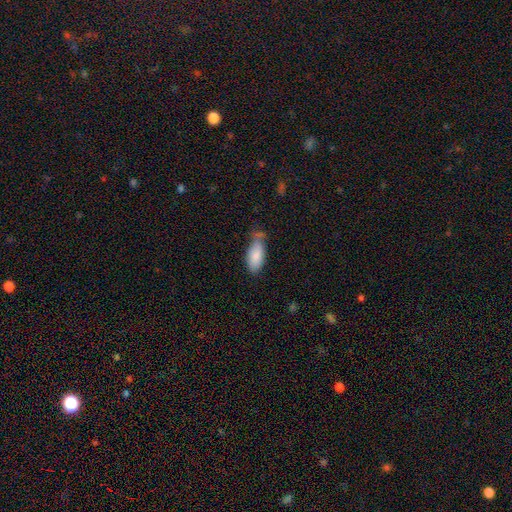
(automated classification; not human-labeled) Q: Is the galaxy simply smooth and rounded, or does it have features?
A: smooth — 84%.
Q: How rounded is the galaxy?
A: in between — 87%.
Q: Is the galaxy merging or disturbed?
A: none — 48%.